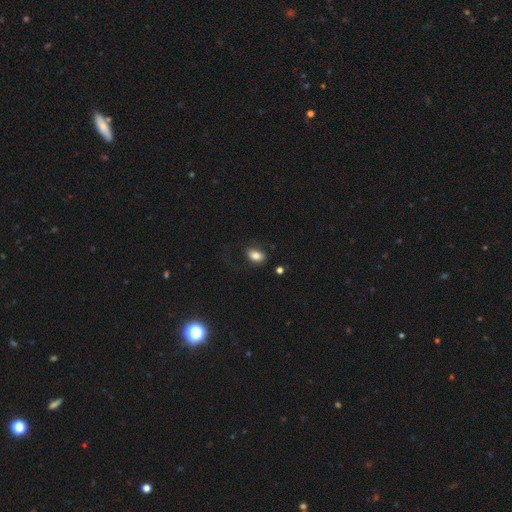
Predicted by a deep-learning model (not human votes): Overall: smooth (82%). How rounded: in between (85%). Merging: none (72%).